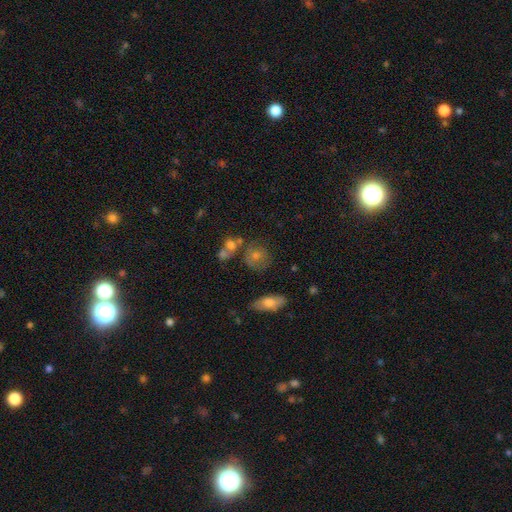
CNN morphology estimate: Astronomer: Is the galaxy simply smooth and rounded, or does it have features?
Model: smooth — 56%.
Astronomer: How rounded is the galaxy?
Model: round — 76%.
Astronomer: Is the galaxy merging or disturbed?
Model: none — 61%.